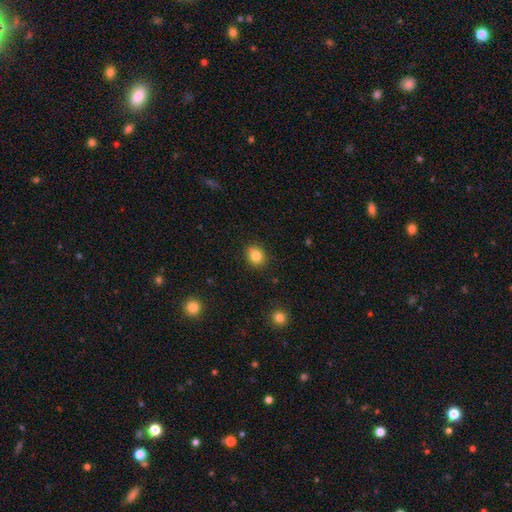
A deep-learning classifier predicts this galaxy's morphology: Q: Smooth or featured?
A: smooth (83%); runner-up: star or artifact (10%)
Q: How rounded?
A: round (62%); runner-up: in between (37%)
Q: Merging?
A: none (88%); runner-up: minor disturbance (9%)